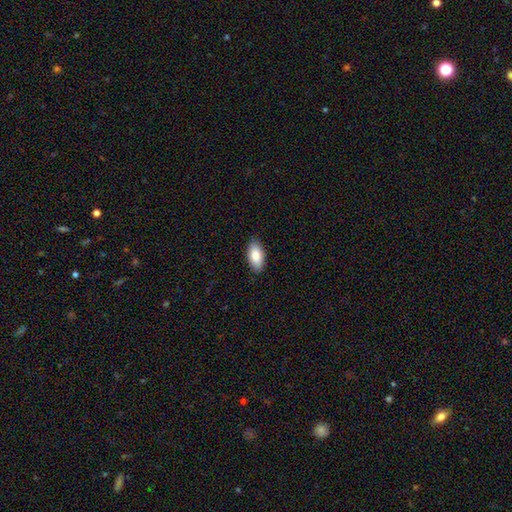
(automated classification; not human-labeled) Q: Smooth or featured?
A: smooth (85%); runner-up: featured or disk (9%)
Q: How rounded?
A: in between (94%); runner-up: cigar-shaped (4%)
Q: Merging?
A: none (89%); runner-up: minor disturbance (9%)